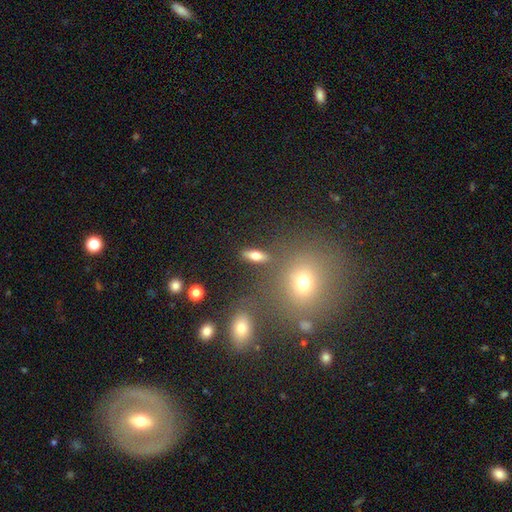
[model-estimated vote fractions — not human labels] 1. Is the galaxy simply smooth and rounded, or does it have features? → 67% smooth, 22% featured or disk, 11% star or artifact.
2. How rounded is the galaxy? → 62% in between, 31% cigar-shaped, 8% round.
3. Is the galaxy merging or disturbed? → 83% none, 9% minor disturbance, 4% merger, 3% major disturbance.